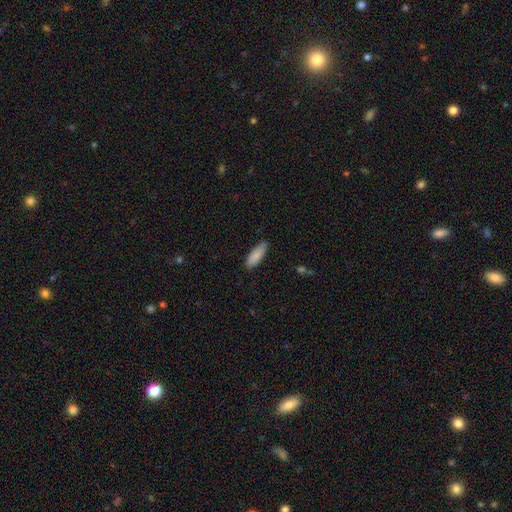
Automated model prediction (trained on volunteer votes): smooth_or_featured: smooth (p=0.86) [alt: featured or disk p=0.08]
how_rounded: in between (p=0.65) [alt: cigar-shaped p=0.33]
merging: none (p=0.79) [alt: minor disturbance p=0.17]